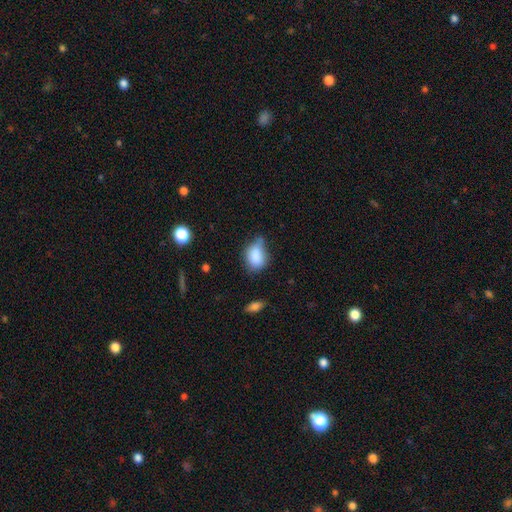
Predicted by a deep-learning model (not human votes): Smooth or featured?
  - smooth: 82% *
  - star or artifact: 9%
  - featured or disk: 9%
How rounded?
  - in between: 72% *
  - round: 27%
  - cigar-shaped: 2%
Merging?
  - minor disturbance: 42% *
  - none: 37%
  - major disturbance: 13%
  - merger: 8%